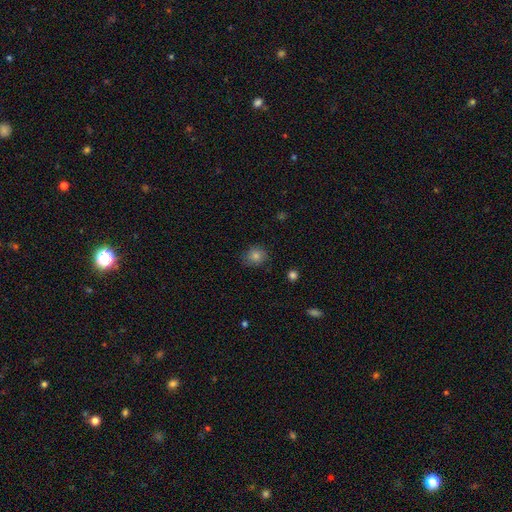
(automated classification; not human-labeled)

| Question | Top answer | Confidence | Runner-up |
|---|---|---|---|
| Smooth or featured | smooth | 77% | star or artifact (13%) |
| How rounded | round | 80% | in between (19%) |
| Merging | none | 80% | minor disturbance (15%) |